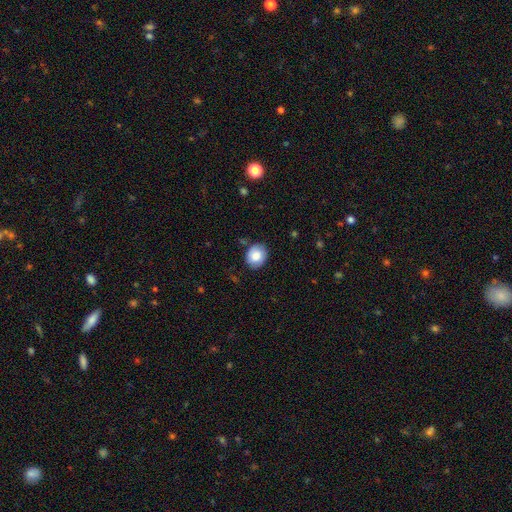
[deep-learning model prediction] Morphology: type=smooth (83%); roundness=round (69%); merging=none (83%).